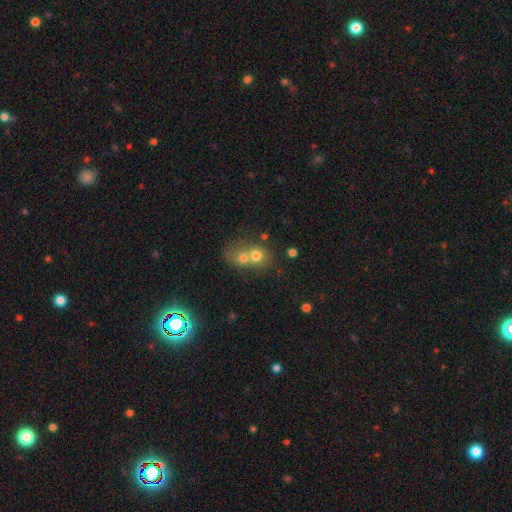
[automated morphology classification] type=smooth (68%); roundness=round (73%); merging=merger (68%).